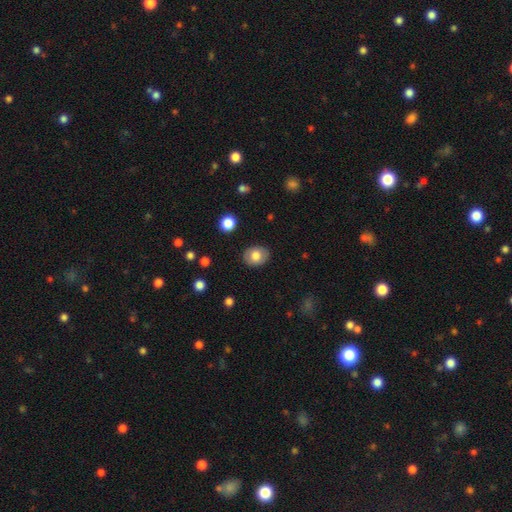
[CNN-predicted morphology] Smooth or featured: smooth — 77% (featured or disk — 16%)
How rounded: in between — 54% (round — 45%)
Merging: none — 87% (minor disturbance — 9%)